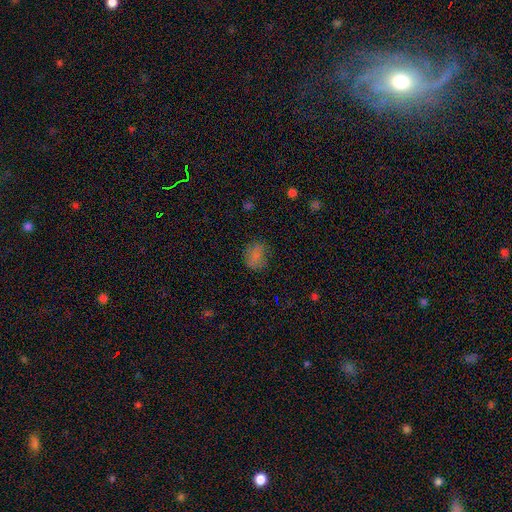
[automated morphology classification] Smooth or featured?
  - smooth: 74% *
  - star or artifact: 15%
  - featured or disk: 11%
How rounded?
  - round: 53% *
  - in between: 45%
  - cigar-shaped: 1%
Merging?
  - none: 70% *
  - minor disturbance: 20%
  - major disturbance: 8%
  - merger: 2%